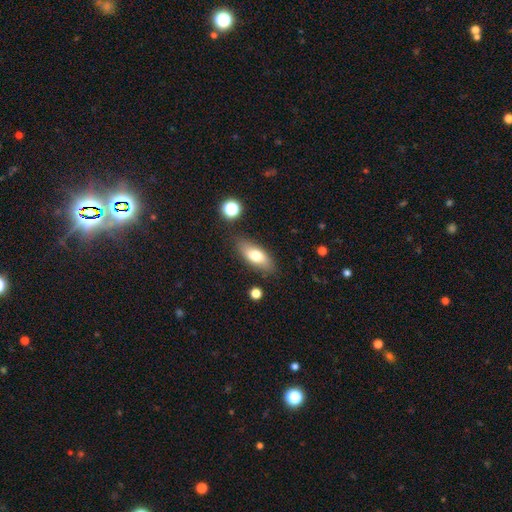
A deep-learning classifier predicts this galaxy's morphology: A smooth galaxy with no disk features (72%) that is in between round and cigar-shaped (77%). Merging: none (81%).